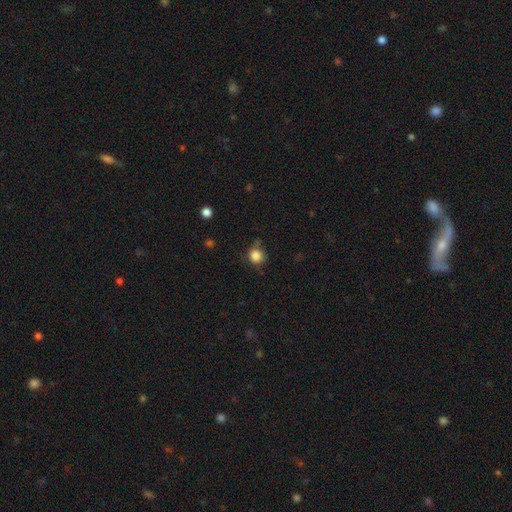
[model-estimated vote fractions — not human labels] This appears to be a smooth galaxy with no disk features (85%) that is round (87%). Merging: none (69%).